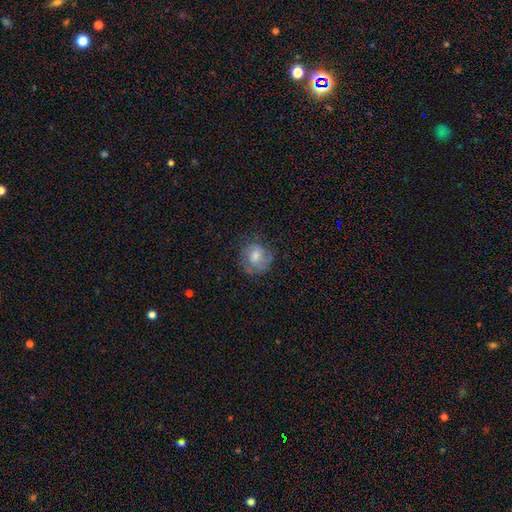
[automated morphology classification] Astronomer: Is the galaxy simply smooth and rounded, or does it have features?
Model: featured or disk — 47% (runner-up: smooth, 42%).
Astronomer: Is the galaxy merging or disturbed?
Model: none — 68%.